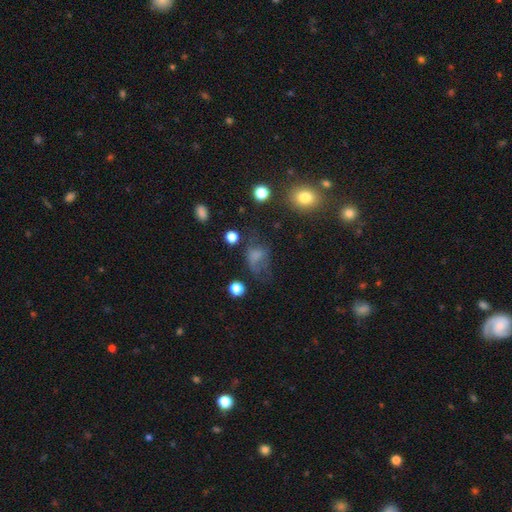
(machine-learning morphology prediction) smooth_or_featured: smooth (p=0.59) [alt: star or artifact p=0.21]
how_rounded: in between (p=0.66) [alt: round p=0.32]
merging: major disturbance (p=0.37) [alt: none p=0.34]